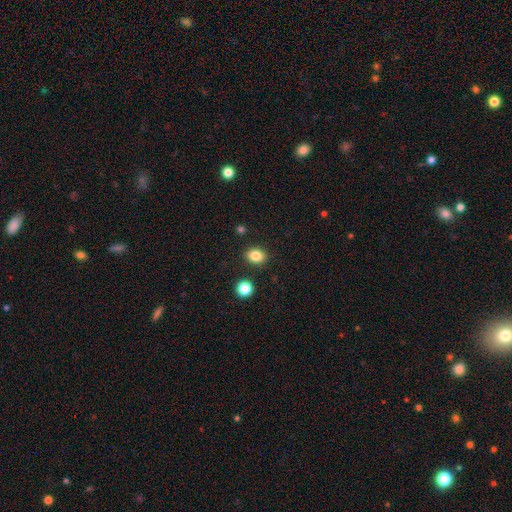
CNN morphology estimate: Smooth or featured?
  - smooth: 84% *
  - star or artifact: 11%
  - featured or disk: 5%
How rounded?
  - in between: 53% *
  - round: 46%
  - cigar-shaped: 1%
Merging?
  - none: 87% *
  - minor disturbance: 8%
  - merger: 3%
  - major disturbance: 2%